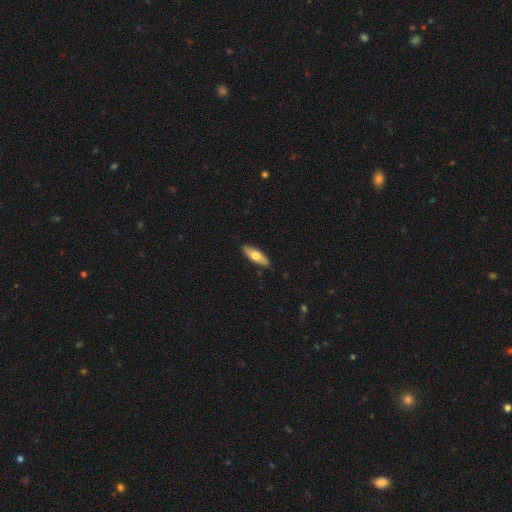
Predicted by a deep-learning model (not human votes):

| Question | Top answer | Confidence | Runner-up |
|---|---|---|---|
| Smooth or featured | smooth | 65% | featured or disk (29%) |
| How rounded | in between | 53% | cigar-shaped (45%) |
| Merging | none | 89% | minor disturbance (9%) |